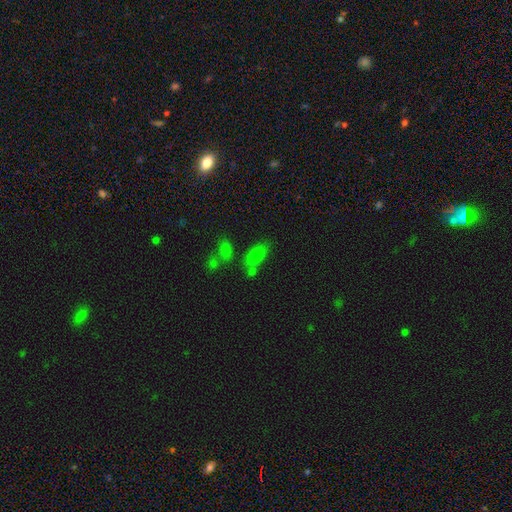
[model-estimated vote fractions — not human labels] A smooth galaxy with no disk features (75%) that is in between round and cigar-shaped (86%).

Vote fractions:
- Smooth or featured? smooth: 75% / star or artifact: 13% / featured or disk: 12%
- How rounded? in between: 86% / round: 7% / cigar-shaped: 7%
- Merging? none: 52% / merger: 26% / minor disturbance: 15% / major disturbance: 6%